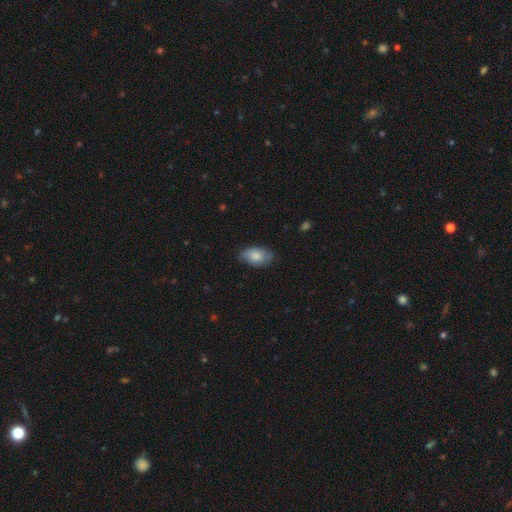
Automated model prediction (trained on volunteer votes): Q: Smooth or featured?
A: smooth (75%); runner-up: featured or disk (18%)
Q: How rounded?
A: in between (92%); runner-up: round (6%)
Q: Merging?
A: none (72%); runner-up: minor disturbance (22%)